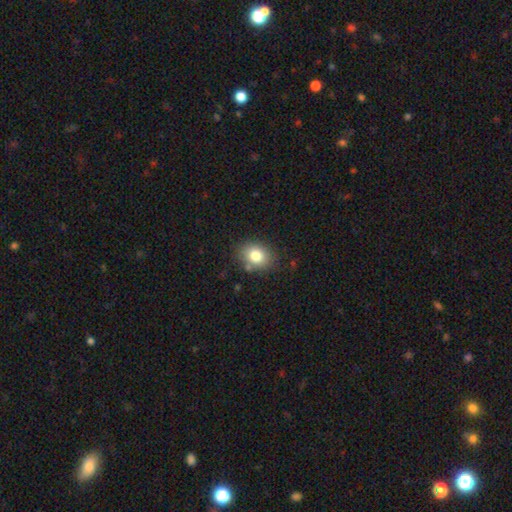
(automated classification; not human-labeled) Smooth or featured? smooth (79%)
How rounded? in between (60%)
Merging? none (80%)